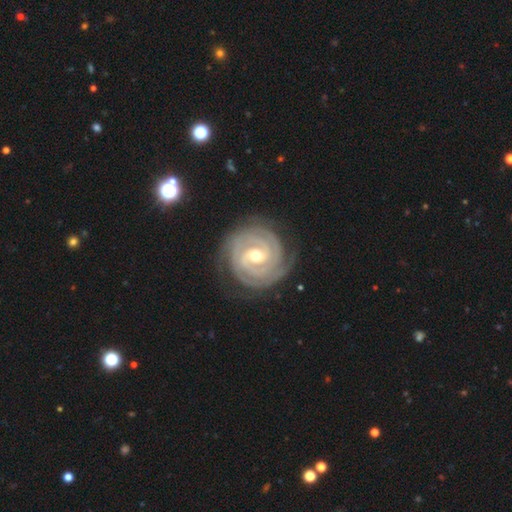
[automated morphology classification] Smooth or featured: featured or disk — 93% (star or artifact — 4%)
Edge-on disk: no — 98% (yes — 2%)
Bar: weak — 46% (strong — 30%)
Spiral arms: yes — 99% (no — 1%)
Spiral winding: tight — 88% (medium — 11%)
Spiral arm count: 2 — 35% (3 — 29%)
Bulge size: moderate — 58% (small — 38%)
Merging: none — 83% (minor disturbance — 12%)